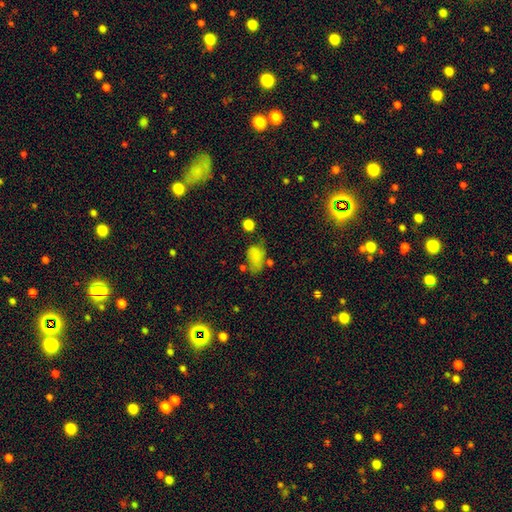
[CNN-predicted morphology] Smooth or featured? smooth (75%)
How rounded? in between (83%)
Merging? none (38%)